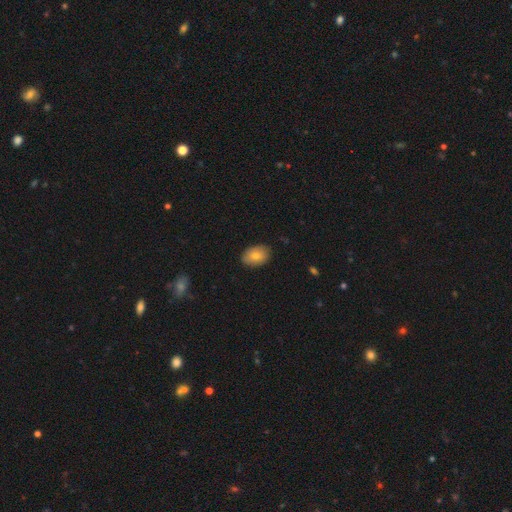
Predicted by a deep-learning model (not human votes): A smooth galaxy with no disk features (77%) that is in between round and cigar-shaped (82%). Merging: none (85%).